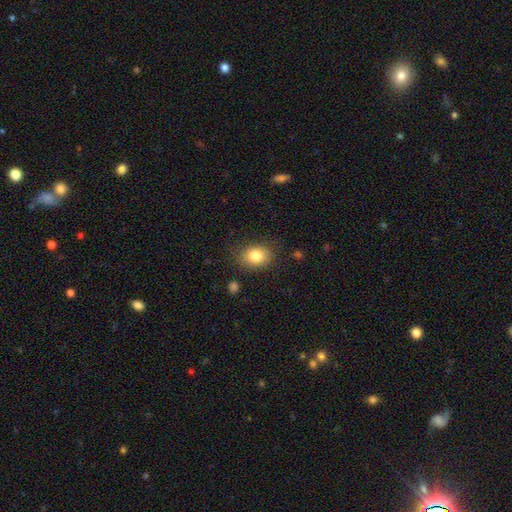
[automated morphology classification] Smooth or featured: smooth — 83% (star or artifact — 9%)
How rounded: in between — 60% (round — 39%)
Merging: none — 81% (minor disturbance — 13%)